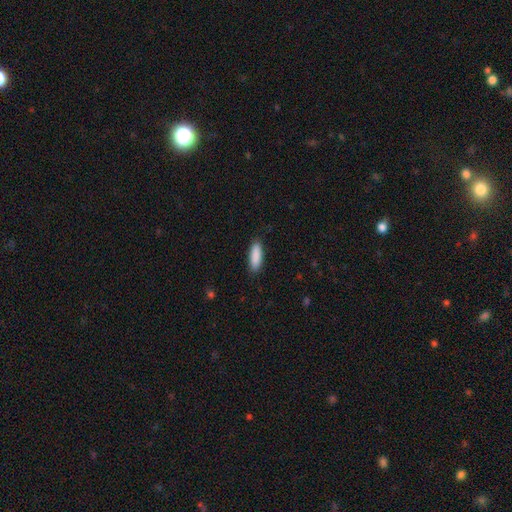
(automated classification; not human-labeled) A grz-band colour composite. It shows a smooth galaxy with no disk features (90%) that is in between round and cigar-shaped (56%). Merging: none (87%).